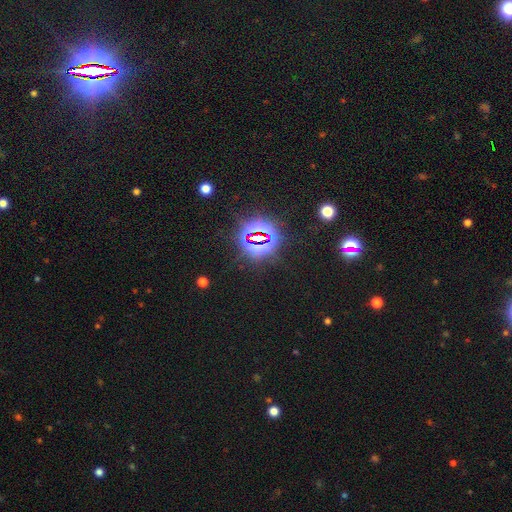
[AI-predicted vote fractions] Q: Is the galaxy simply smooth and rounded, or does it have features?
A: star or artifact — 84%.